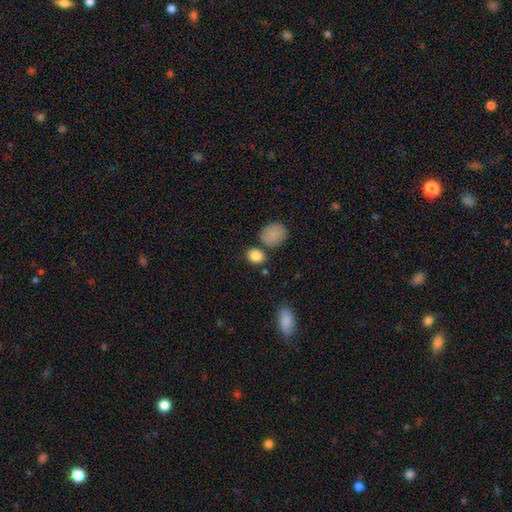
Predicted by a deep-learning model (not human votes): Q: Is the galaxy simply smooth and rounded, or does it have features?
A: smooth — 85%.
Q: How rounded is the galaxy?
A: round — 58%.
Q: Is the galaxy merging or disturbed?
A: none — 73%.